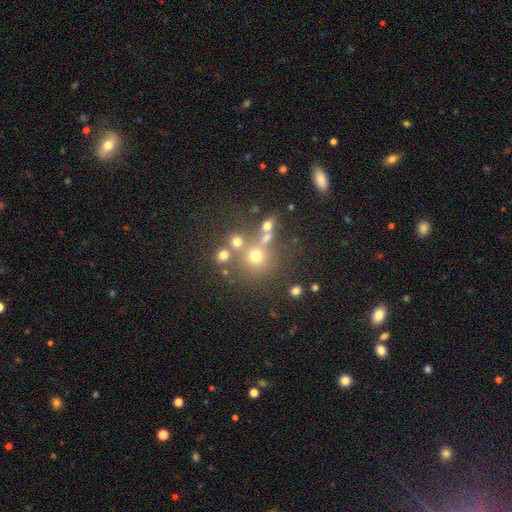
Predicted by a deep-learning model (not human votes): Smooth or featured?
  - smooth: 61% *
  - star or artifact: 23%
  - featured or disk: 15%
How rounded?
  - round: 88% *
  - in between: 11%
  - cigar-shaped: 1%
Merging?
  - none: 59% *
  - merger: 25%
  - minor disturbance: 10%
  - major disturbance: 6%